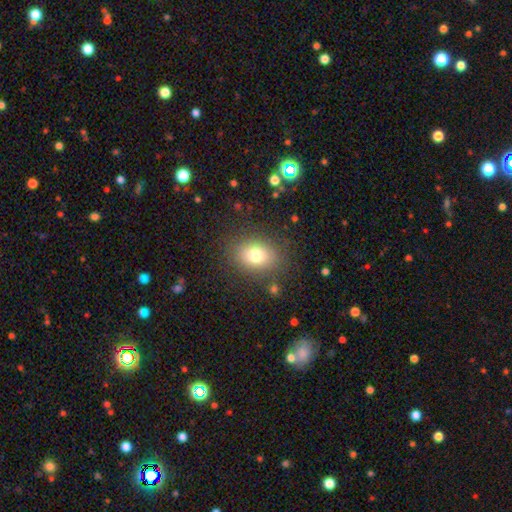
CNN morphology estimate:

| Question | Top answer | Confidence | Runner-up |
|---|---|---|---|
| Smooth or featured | smooth | 76% | featured or disk (12%) |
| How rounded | in between | 59% | round (40%) |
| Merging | none | 83% | minor disturbance (11%) |